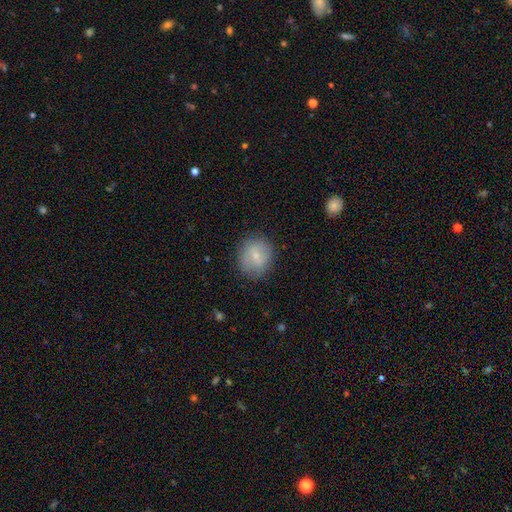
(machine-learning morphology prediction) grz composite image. It shows a smooth galaxy with no disk features (64%) that is round (80%). Merging: none (81%).